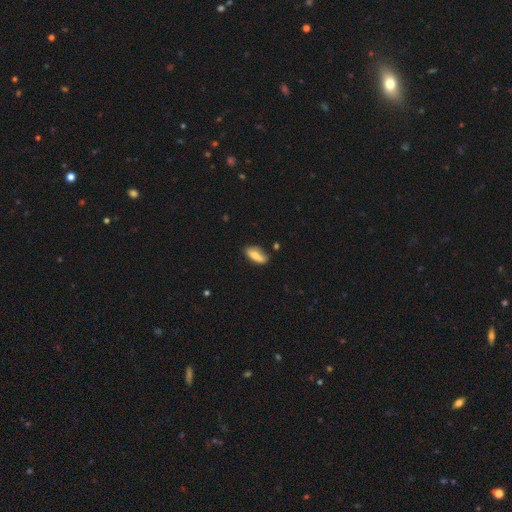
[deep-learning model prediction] Q: Smooth or featured?
A: smooth (80%); runner-up: featured or disk (14%)
Q: How rounded?
A: in between (73%); runner-up: cigar-shaped (25%)
Q: Merging?
A: none (72%); runner-up: minor disturbance (21%)